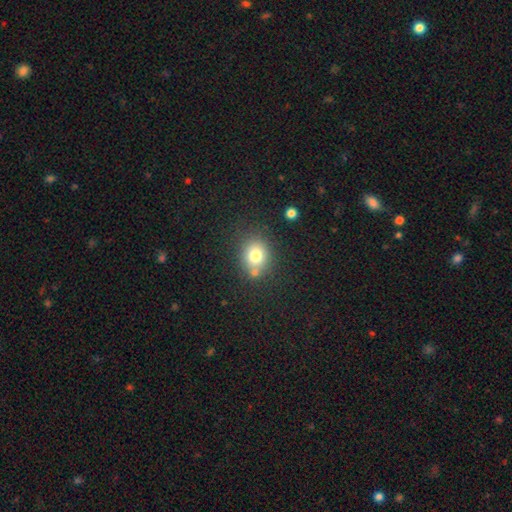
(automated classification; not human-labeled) Morphology: type=smooth (76%); roundness=round (64%); merging=none (69%).